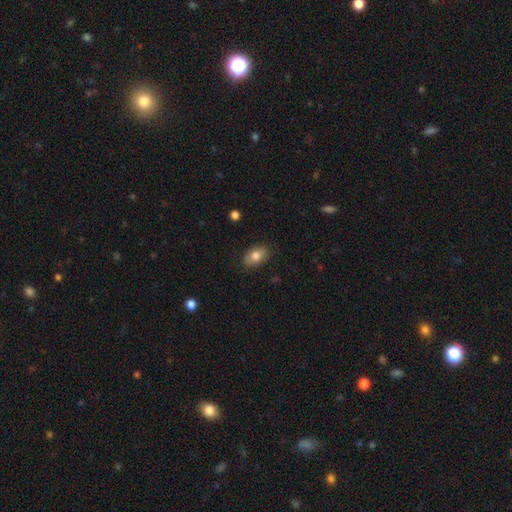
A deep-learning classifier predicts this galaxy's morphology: smooth 80%, featured or disk 12%, star or artifact 8%. Down the decision tree: how rounded — in between (88%); merging — none (86%).